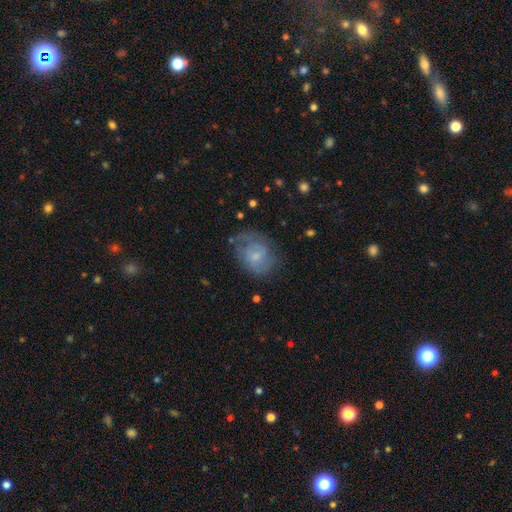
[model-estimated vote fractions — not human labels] Morphology: type=smooth (47%); merging=none (58%).